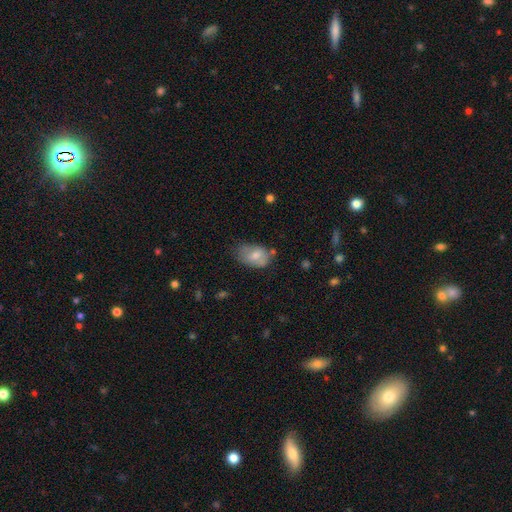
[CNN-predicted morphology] Overall: smooth (71%). How rounded: in between (87%). Merging: none (53%; minor disturbance 33%).